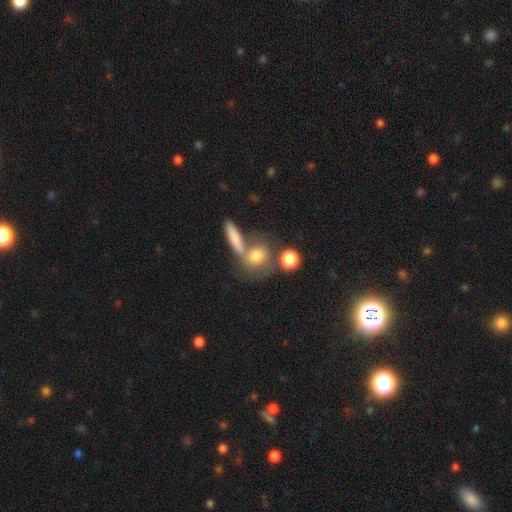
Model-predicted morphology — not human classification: smooth 41%, featured or disk 33%, star or artifact 26%. Down the decision tree: merging — merger (47%).